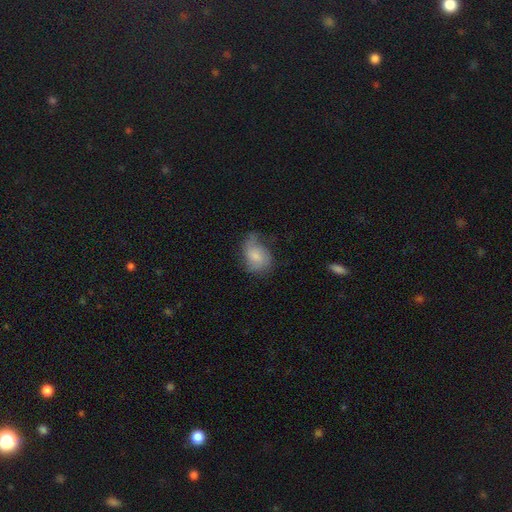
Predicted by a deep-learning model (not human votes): Overall: smooth (60%; featured or disk 32%). How rounded: in between (71%). Merging: none (38%; minor disturbance 36%).